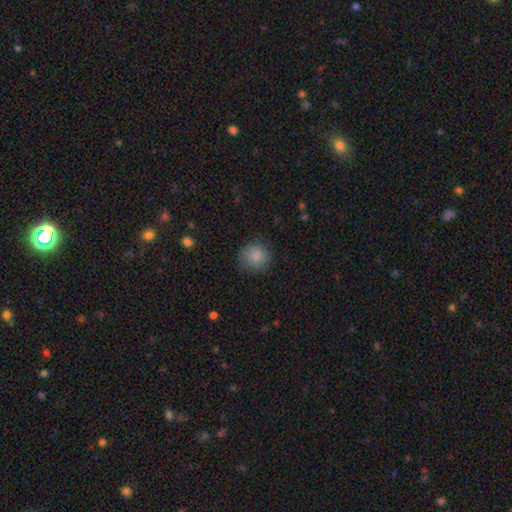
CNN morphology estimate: Smooth or featured? smooth (87%)
How rounded? round (89%)
Merging? none (81%)